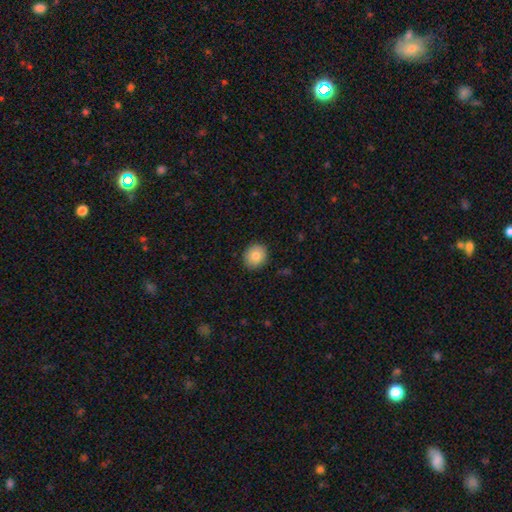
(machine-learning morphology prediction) Overall: smooth (83%). How rounded: round (79%). Merging: none (89%).